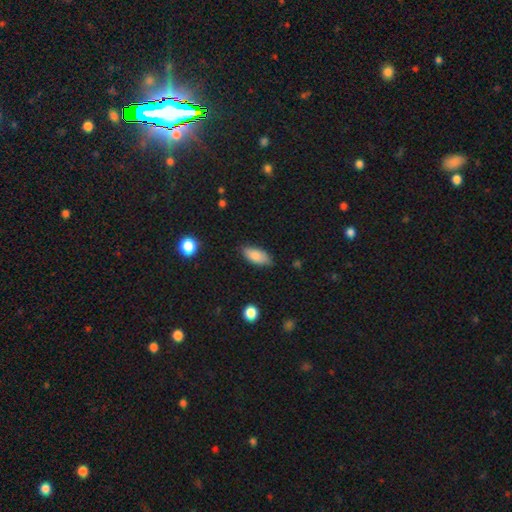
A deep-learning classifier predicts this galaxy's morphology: The model was most divided on "merging": none: 81%, minor disturbance: 15%, major disturbance: 3%, merger: 1%. More confident: how rounded — in between (88%); smooth or featured — smooth (86%).